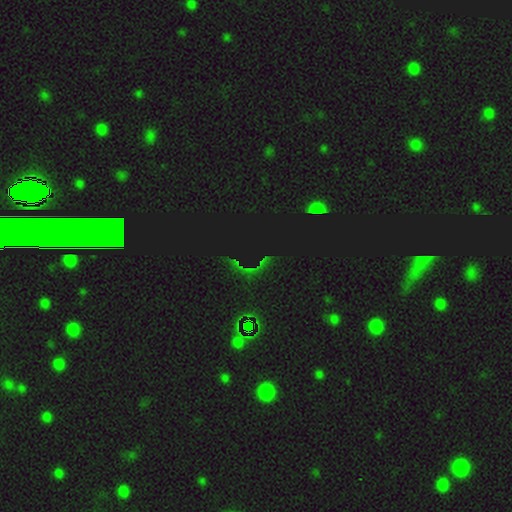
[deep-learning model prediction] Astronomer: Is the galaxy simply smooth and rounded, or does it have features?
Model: star or artifact — 71%.